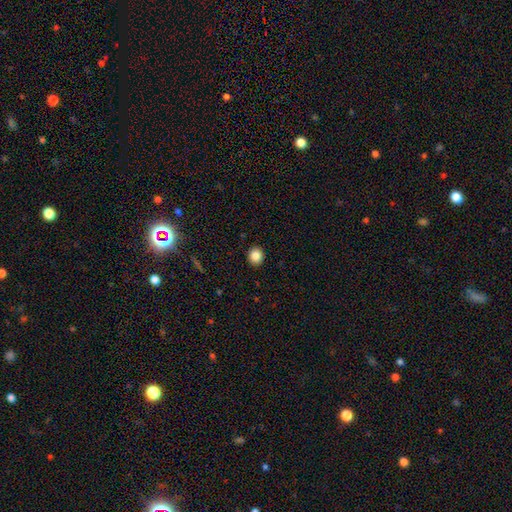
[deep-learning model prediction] A smooth galaxy with no disk features (85%) that is round (82%).

Vote fractions:
- Smooth or featured? smooth: 85% / star or artifact: 10% / featured or disk: 5%
- How rounded? round: 82% / in between: 17% / cigar-shaped: 1%
- Merging? none: 92% / minor disturbance: 5% / major disturbance: 2% / merger: 1%